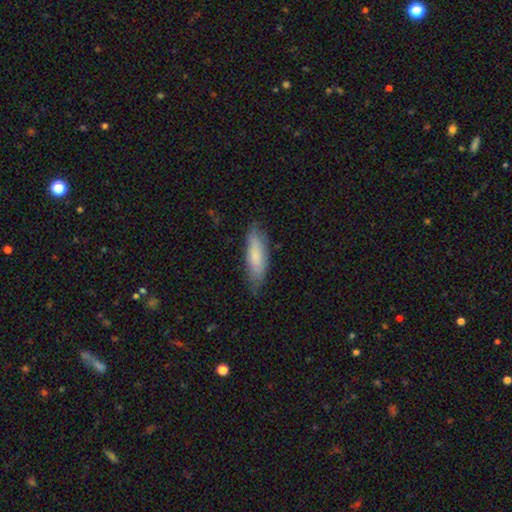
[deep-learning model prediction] Q: Smooth or featured?
A: smooth (75%); runner-up: featured or disk (19%)
Q: How rounded?
A: cigar-shaped (57%); runner-up: in between (41%)
Q: Merging?
A: none (75%); runner-up: minor disturbance (20%)